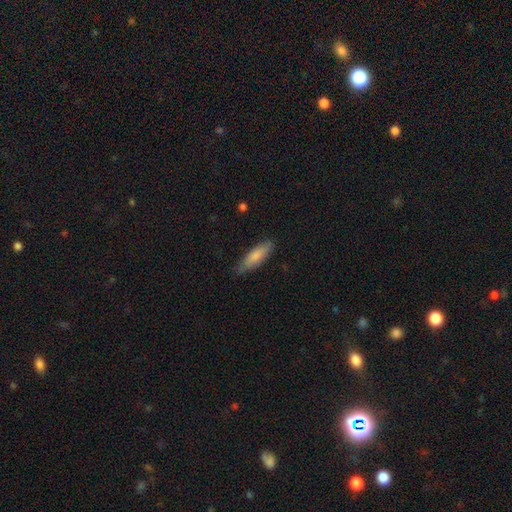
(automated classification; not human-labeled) Smooth or featured: smooth — 80% (featured or disk — 15%)
How rounded: cigar-shaped — 53% (in between — 45%)
Merging: none — 78% (minor disturbance — 18%)